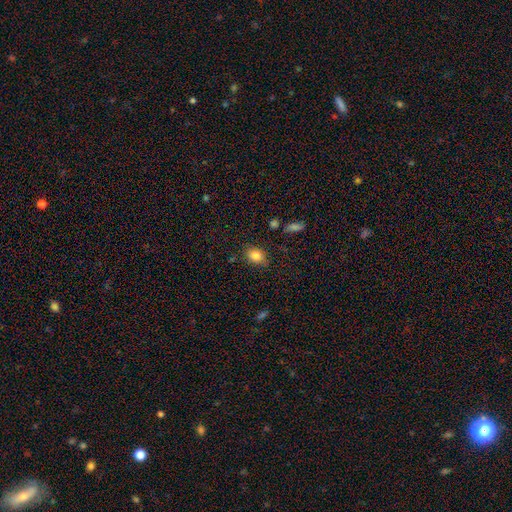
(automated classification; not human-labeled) Overall: smooth (83%). How rounded: in between (69%; round 30%). Merging: none (80%).